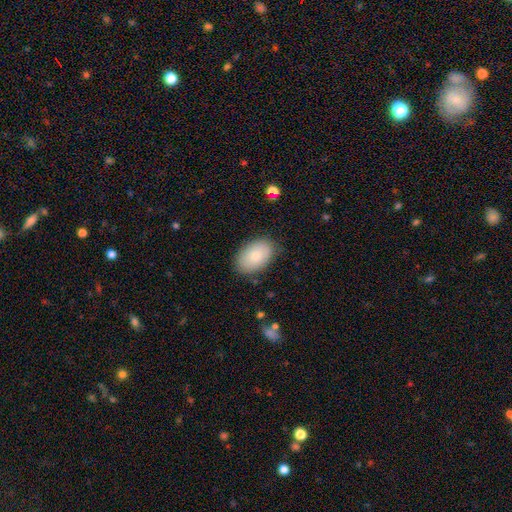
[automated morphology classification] Smooth or featured?
  - smooth: 81% *
  - featured or disk: 12%
  - star or artifact: 7%
How rounded?
  - in between: 90% *
  - round: 9%
  - cigar-shaped: 1%
Merging?
  - none: 83% *
  - minor disturbance: 13%
  - major disturbance: 3%
  - merger: 1%